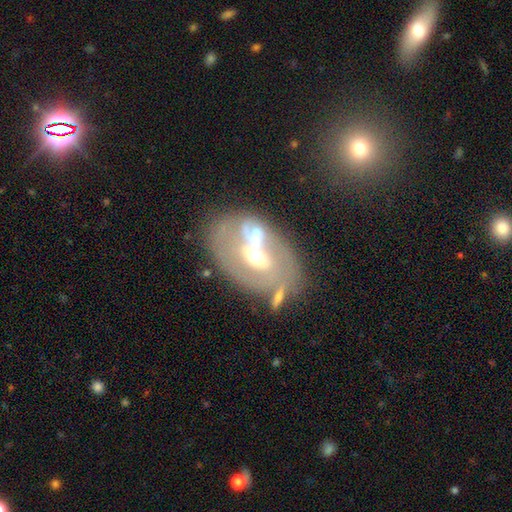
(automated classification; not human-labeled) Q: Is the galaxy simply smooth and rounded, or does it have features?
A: featured or disk — 74%.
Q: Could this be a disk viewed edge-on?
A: no — 94%.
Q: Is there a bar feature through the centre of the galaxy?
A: no — 43%.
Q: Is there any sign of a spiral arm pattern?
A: yes — 59%.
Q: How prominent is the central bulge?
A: moderate — 66%.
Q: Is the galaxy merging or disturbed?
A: none — 49%.